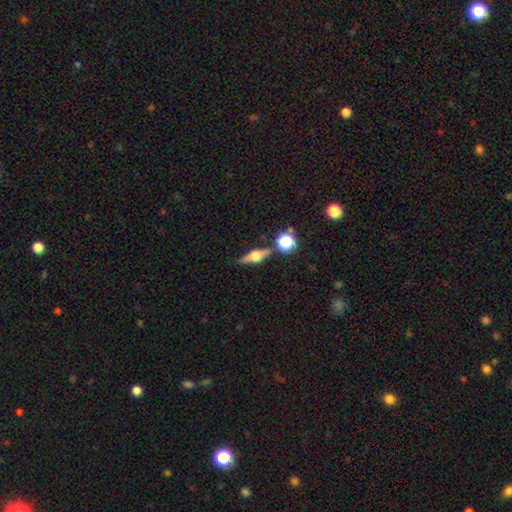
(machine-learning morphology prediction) Smooth or featured?
  - featured or disk: 67% *
  - smooth: 23%
  - star or artifact: 9%
Edge-on disk?
  - yes: 95% *
  - no: 5%
Edge-on bulge?
  - rounded: 94% *
  - boxy: 4%
  - none: 1%
Merging?
  - none: 80% *
  - minor disturbance: 10%
  - merger: 7%
  - major disturbance: 3%